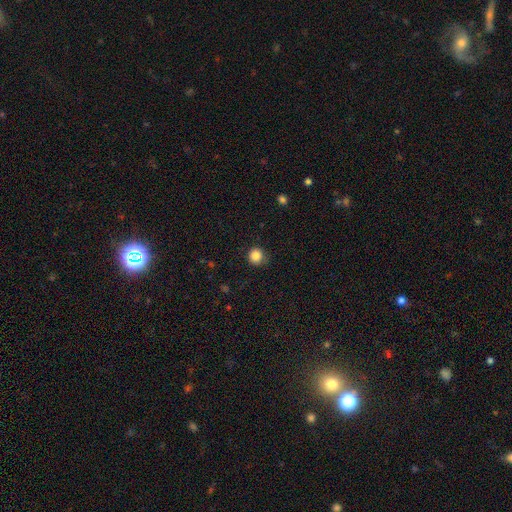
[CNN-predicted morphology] The model was most divided on "merging": none: 81%, minor disturbance: 14%, major disturbance: 3%, merger: 1%. More confident: how rounded — round (92%); smooth or featured — smooth (85%).